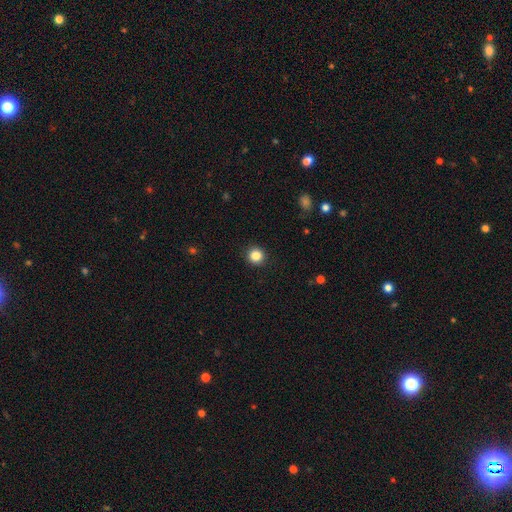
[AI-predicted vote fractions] This appears to be a smooth galaxy with no disk features (85%) that is round (94%). Merging: none (92%).